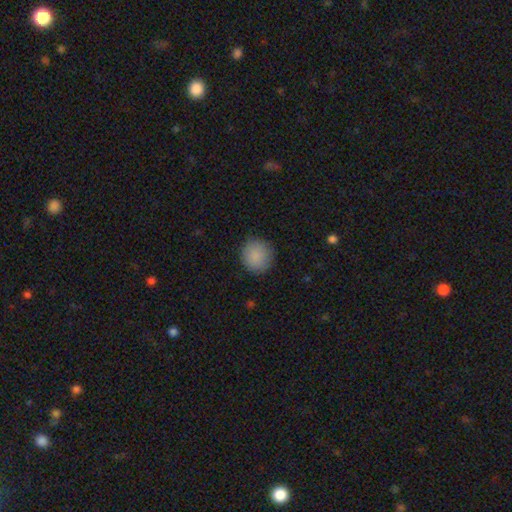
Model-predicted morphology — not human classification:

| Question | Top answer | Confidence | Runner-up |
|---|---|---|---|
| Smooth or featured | smooth | 88% | star or artifact (8%) |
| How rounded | round | 92% | in between (7%) |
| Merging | none | 88% | minor disturbance (9%) |